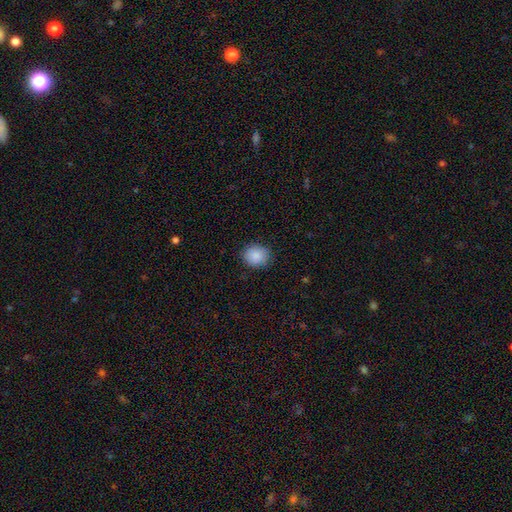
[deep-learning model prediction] This is clearly a smooth galaxy (88%). How rounded: likely round (79%). Merging: clearly none (87%).